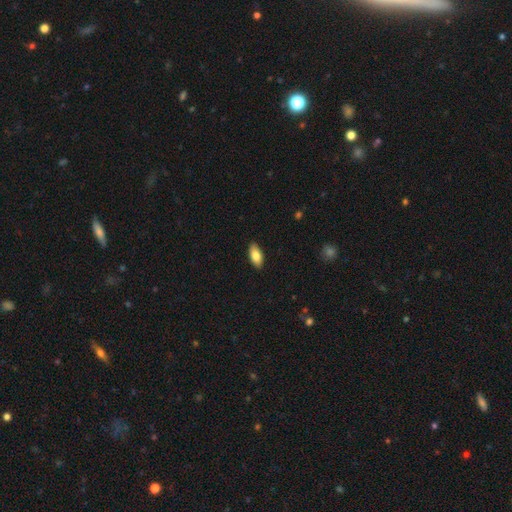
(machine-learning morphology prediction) Smooth or featured?
  - smooth: 82% *
  - featured or disk: 12%
  - star or artifact: 6%
How rounded?
  - in between: 90% *
  - cigar-shaped: 8%
  - round: 2%
Merging?
  - none: 89% *
  - minor disturbance: 8%
  - major disturbance: 2%
  - merger: 1%